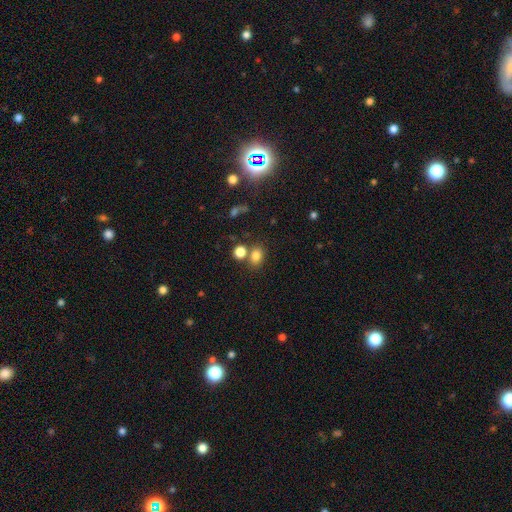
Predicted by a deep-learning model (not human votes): smooth-or-featured: smooth: 79% | star or artifact: 13% | featured or disk: 7%
  how-rounded: in between: 58% | round: 41% | cigar-shaped: 1%
  merging: none: 61% | merger: 24% | minor disturbance: 11% | major disturbance: 4%